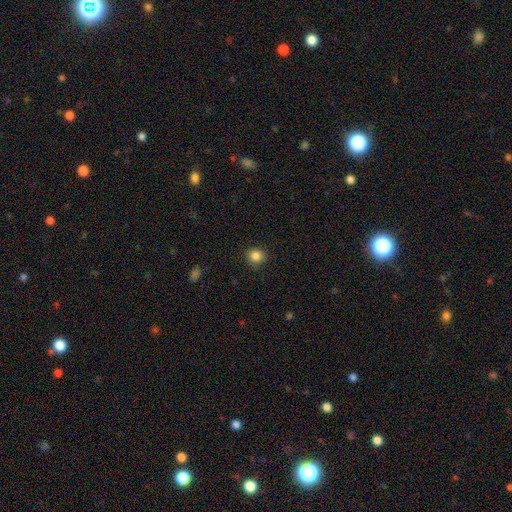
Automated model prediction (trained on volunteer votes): Overall: smooth (85%). How rounded: round (88%). Merging: none (90%).